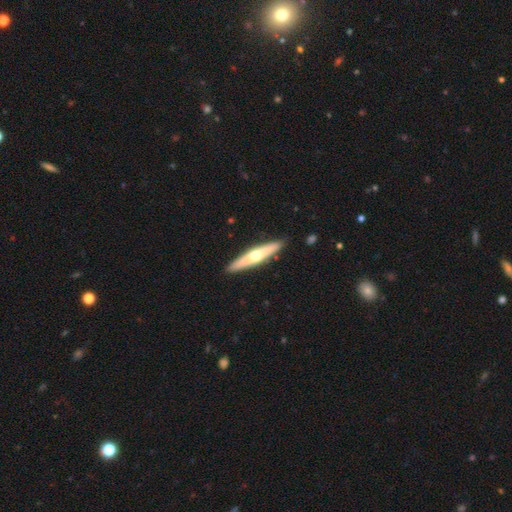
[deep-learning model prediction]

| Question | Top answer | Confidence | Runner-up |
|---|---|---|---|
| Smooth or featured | featured or disk | 52% | smooth (43%) |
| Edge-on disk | yes | 91% | no (9%) |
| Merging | none | 90% | minor disturbance (7%) |